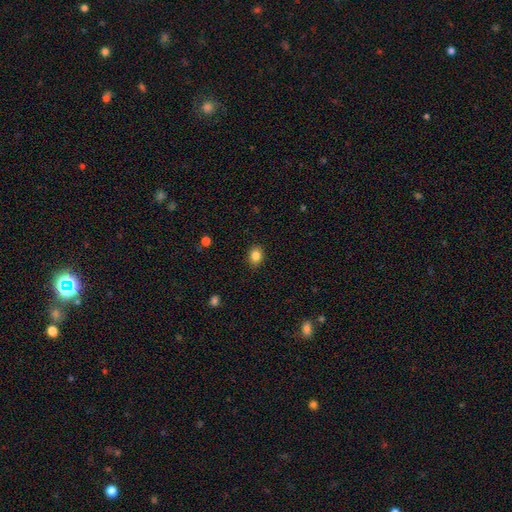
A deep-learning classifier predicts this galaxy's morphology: Smooth or featured? smooth (84%)
How rounded? round (50%)
Merging? none (89%)